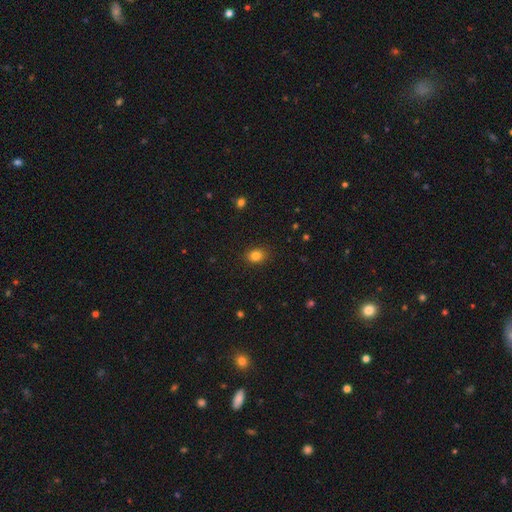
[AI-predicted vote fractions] The model was most divided on "how rounded": in between: 54%, round: 45%, cigar-shaped: 1%. More confident: merging — none (88%); smooth or featured — smooth (82%).